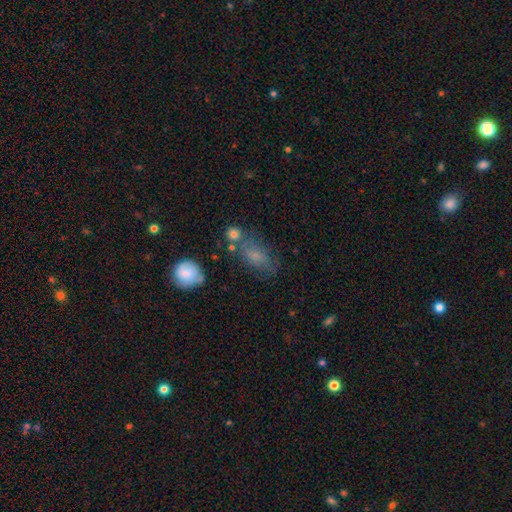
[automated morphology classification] type=smooth (69%); roundness=in between (81%); merging=none (51%).